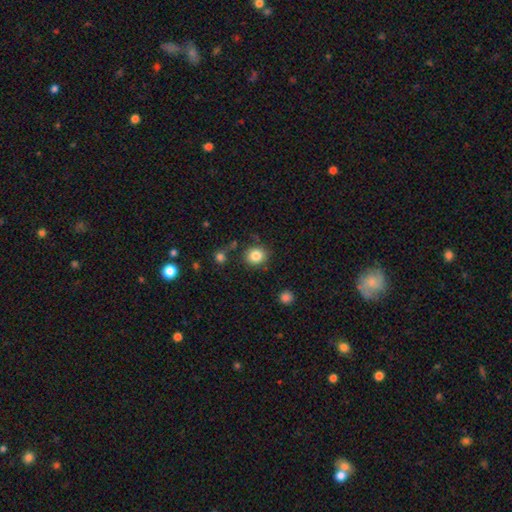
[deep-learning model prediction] smooth 84%, star or artifact 10%, featured or disk 6%. Down the decision tree: how rounded — round (79%); merging — none (81%).